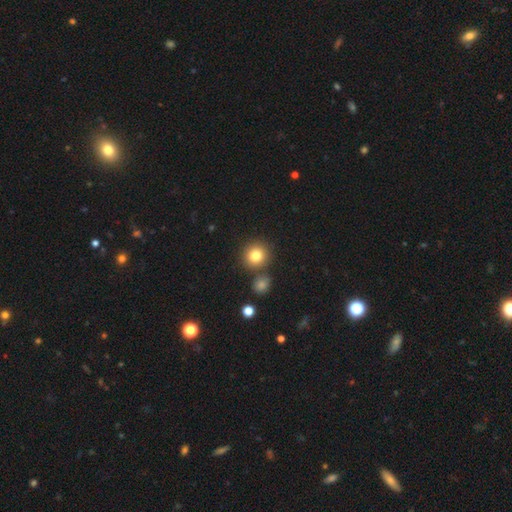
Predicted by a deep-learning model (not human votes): The model was most divided on "merging": none: 78%, merger: 11%, minor disturbance: 8%, major disturbance: 3%. More confident: how rounded — round (90%); smooth or featured — smooth (81%).